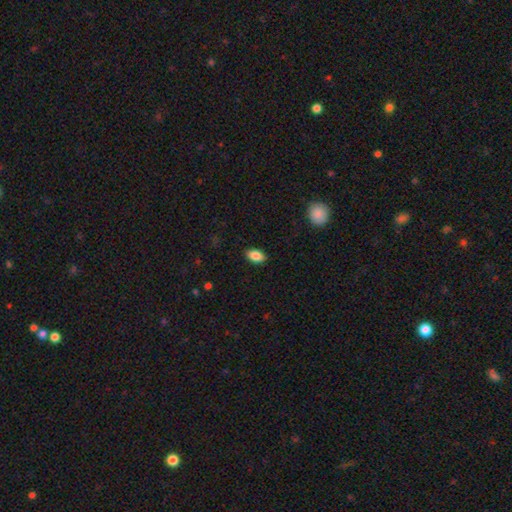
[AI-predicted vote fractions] A smooth galaxy with no disk features (85%) that is in between round and cigar-shaped (91%).

Vote fractions:
- Smooth or featured? smooth: 85% / star or artifact: 8% / featured or disk: 7%
- How rounded? in between: 91% / round: 6% / cigar-shaped: 4%
- Merging? none: 88% / minor disturbance: 9% / major disturbance: 2% / merger: 1%